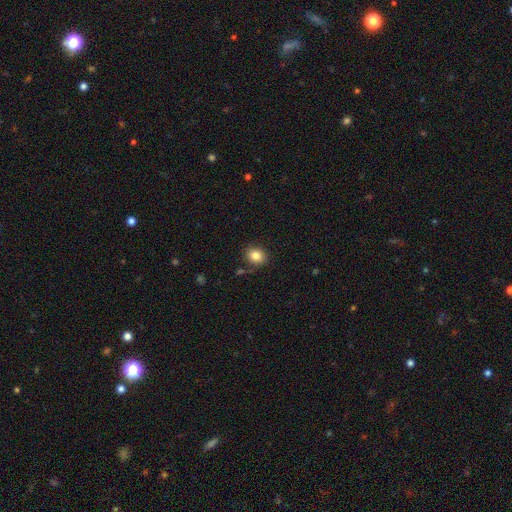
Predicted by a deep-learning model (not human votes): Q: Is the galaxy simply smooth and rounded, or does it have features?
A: smooth — 84%.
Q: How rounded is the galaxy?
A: round — 66%.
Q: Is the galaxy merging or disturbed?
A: none — 81%.